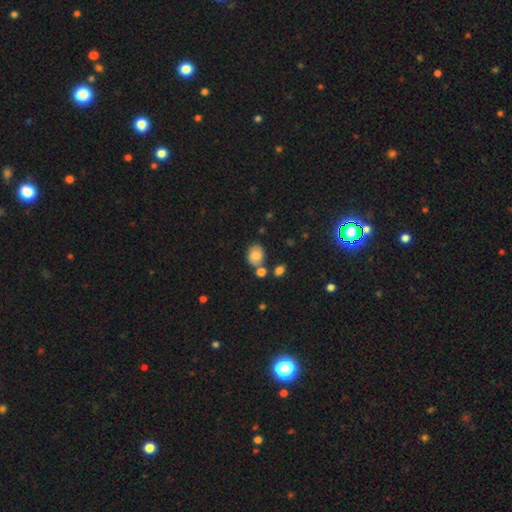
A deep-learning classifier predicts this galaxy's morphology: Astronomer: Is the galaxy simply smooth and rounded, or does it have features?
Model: smooth — 78%.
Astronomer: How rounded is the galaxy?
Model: in between — 54% (runner-up: round, 45%).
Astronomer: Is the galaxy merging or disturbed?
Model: none — 66%.